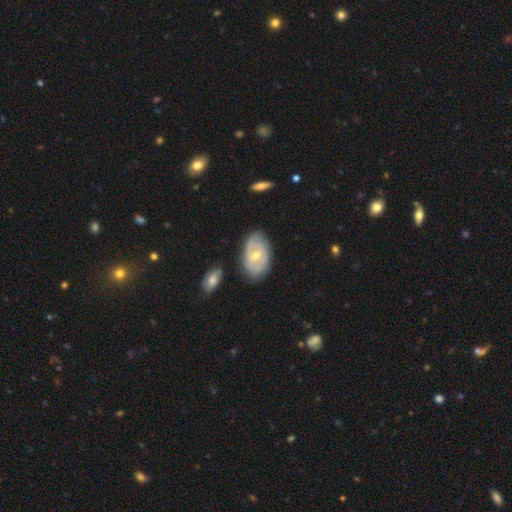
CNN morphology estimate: Smooth or featured? Predicted: featured or disk (p=0.69). Edge-on disk? Predicted: no (p=0.95). Bar? Predicted: weak (p=0.46). Spiral arms? Predicted: yes (p=0.80). Spiral winding? Predicted: tight (p=0.54). Spiral arm count? Predicted: 2 (p=0.46). Bulge size? Predicted: moderate (p=0.54). Merging? Predicted: none (p=0.74).